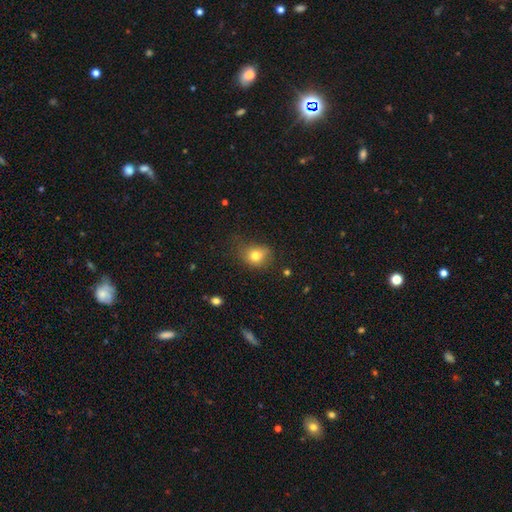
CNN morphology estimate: Smooth or featured? Predicted: smooth (p=0.77). How rounded? Predicted: round (p=0.59). Merging? Predicted: none (p=0.56).